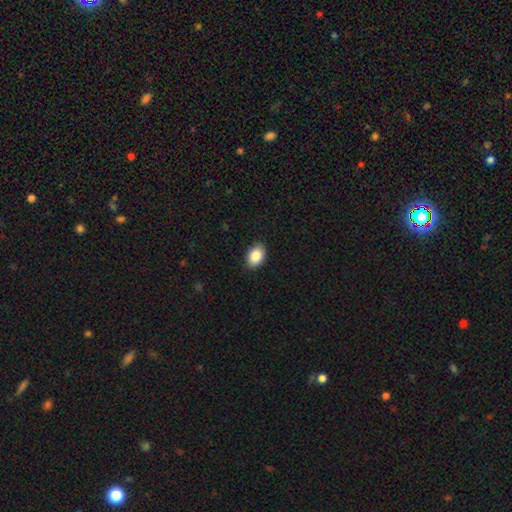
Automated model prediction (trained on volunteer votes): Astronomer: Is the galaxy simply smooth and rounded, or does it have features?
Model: smooth — 88%.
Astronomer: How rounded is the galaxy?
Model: in between — 85%.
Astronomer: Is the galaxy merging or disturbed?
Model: none — 89%.